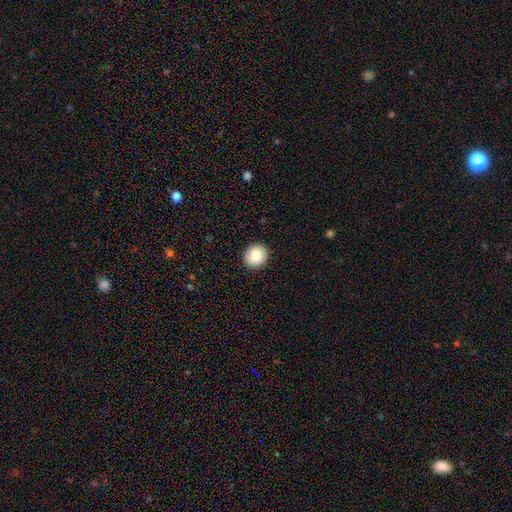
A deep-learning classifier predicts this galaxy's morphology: smooth 83%, star or artifact 8%, featured or disk 8%. Down the decision tree: how rounded — round (86%); merging — none (91%).